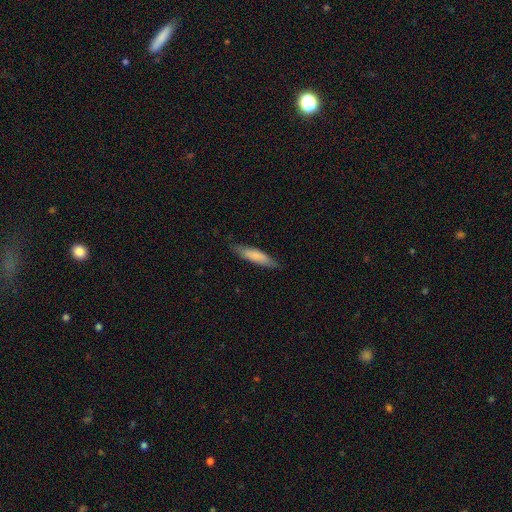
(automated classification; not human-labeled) Smooth or featured?
  - smooth: 78% *
  - featured or disk: 17%
  - star or artifact: 5%
How rounded?
  - cigar-shaped: 75% *
  - in between: 23%
  - round: 1%
Merging?
  - none: 80% *
  - minor disturbance: 16%
  - major disturbance: 3%
  - merger: 1%